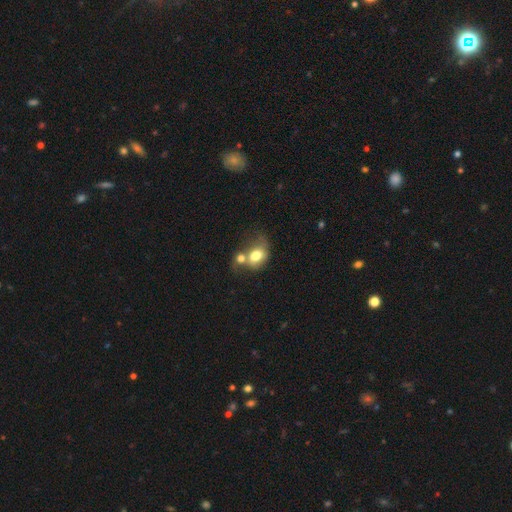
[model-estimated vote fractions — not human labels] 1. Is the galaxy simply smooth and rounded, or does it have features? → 72% smooth, 19% featured or disk, 9% star or artifact.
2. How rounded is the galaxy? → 55% in between, 44% round, 1% cigar-shaped.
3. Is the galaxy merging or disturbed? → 58% merger, 21% none, 11% minor disturbance, 10% major disturbance.